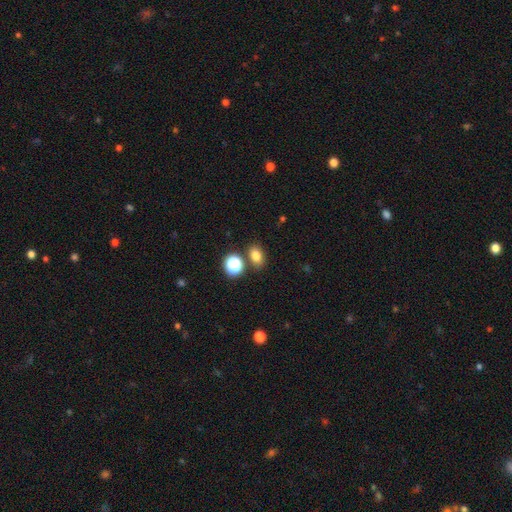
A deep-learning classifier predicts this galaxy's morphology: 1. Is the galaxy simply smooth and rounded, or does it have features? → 77% smooth, 15% star or artifact, 7% featured or disk.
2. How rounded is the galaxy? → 69% in between, 30% round, 1% cigar-shaped.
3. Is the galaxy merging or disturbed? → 76% none, 11% merger, 10% minor disturbance, 3% major disturbance.